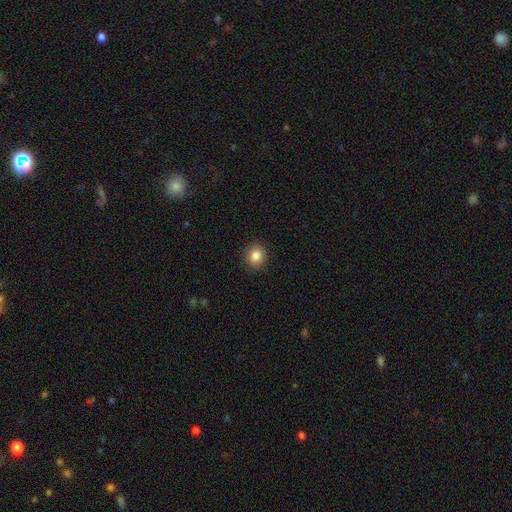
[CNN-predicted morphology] A smooth galaxy with no disk features (85%) that is round (79%). Merging: none (90%).